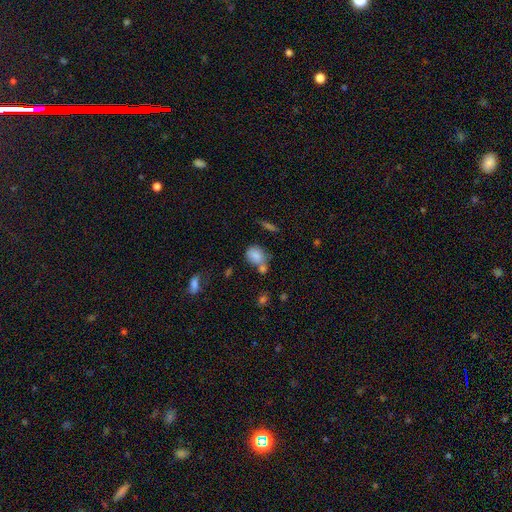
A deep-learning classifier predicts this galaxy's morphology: This is clearly a smooth galaxy (81%). How rounded: likely in between (64%). Merging: possibly none (46%).